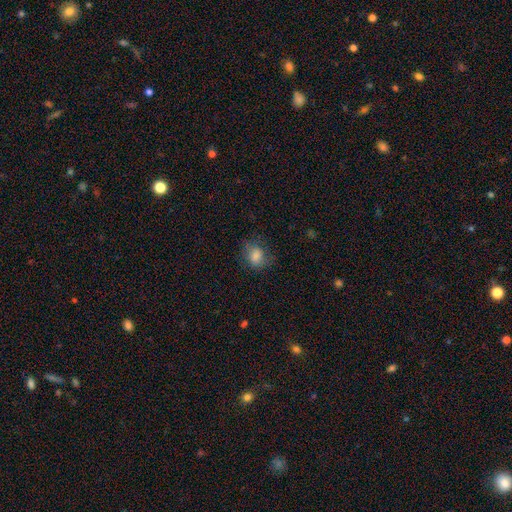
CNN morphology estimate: smooth 81%, star or artifact 10%, featured or disk 9%. Down the decision tree: how rounded — round (54%); merging — none (68%).